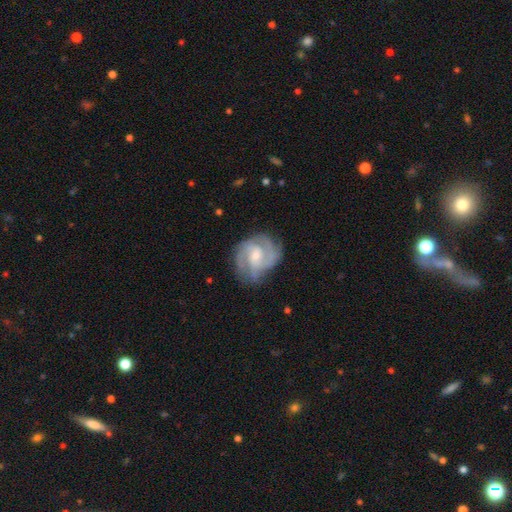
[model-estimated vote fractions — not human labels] Q: Smooth or featured?
A: featured or disk (83%); runner-up: smooth (12%)
Q: Edge-on disk?
A: no (98%); runner-up: yes (2%)
Q: Bar?
A: no (53%); runner-up: weak (40%)
Q: Spiral arms?
A: yes (95%); runner-up: no (5%)
Q: Spiral winding?
A: medium (46%); runner-up: tight (43%)
Q: Spiral arm count?
A: 2 (35%); runner-up: 3 (33%)
Q: Bulge size?
A: small (59%); runner-up: moderate (35%)
Q: Merging?
A: none (70%); runner-up: minor disturbance (19%)